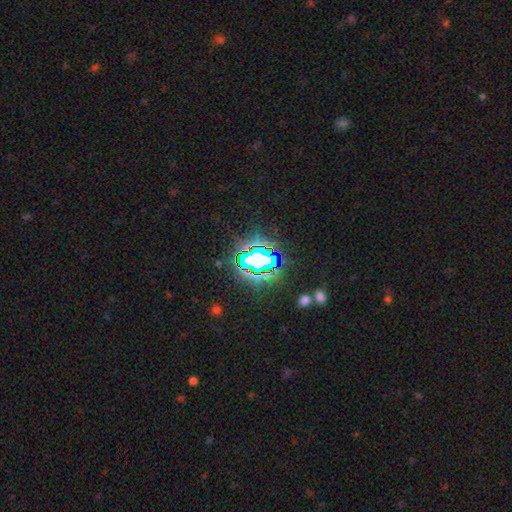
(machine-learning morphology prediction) Overall: star or artifact (72%).